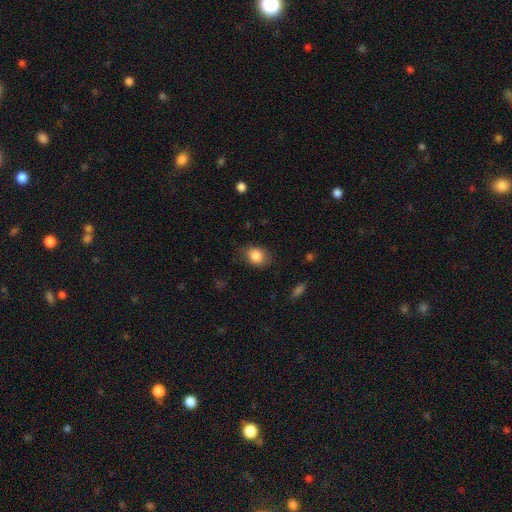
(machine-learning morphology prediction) Smooth or featured? smooth (86%)
How rounded? in between (60%)
Merging? none (78%)